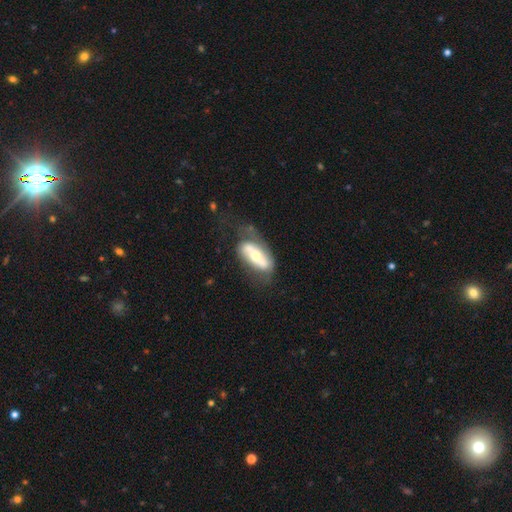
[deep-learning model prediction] Smooth or featured: featured or disk — 64% (smooth — 31%)
Edge-on disk: no — 82% (yes — 18%)
Bar: strong — 43% (no — 36%)
Spiral arms: yes — 61% (no — 39%)
Bulge size: moderate — 63% (small — 27%)
Merging: none — 48% (minor disturbance — 26%)